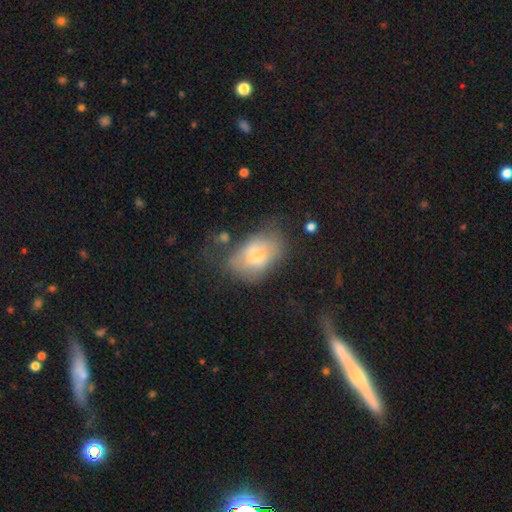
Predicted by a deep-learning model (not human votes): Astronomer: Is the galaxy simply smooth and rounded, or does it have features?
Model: smooth — 65%.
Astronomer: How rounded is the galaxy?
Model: in between — 84%.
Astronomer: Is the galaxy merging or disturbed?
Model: none — 42% (runner-up: minor disturbance, 30%).